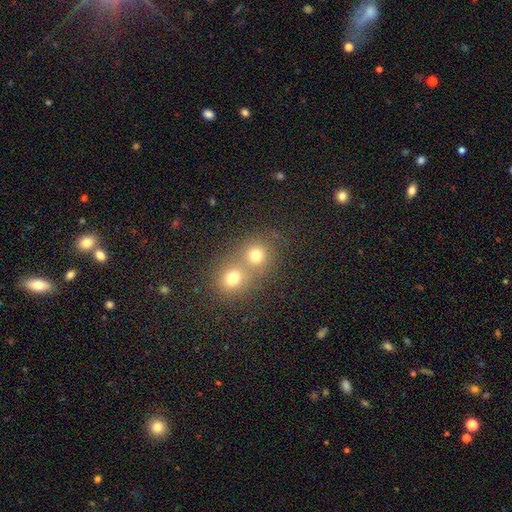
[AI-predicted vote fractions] A smooth galaxy with no disk features (73%) that is round (84%).

Vote fractions:
- Smooth or featured? smooth: 73% / star or artifact: 17% / featured or disk: 10%
- How rounded? round: 84% / in between: 15% / cigar-shaped: 1%
- Merging? merger: 49% / none: 43% / minor disturbance: 5% / major disturbance: 2%